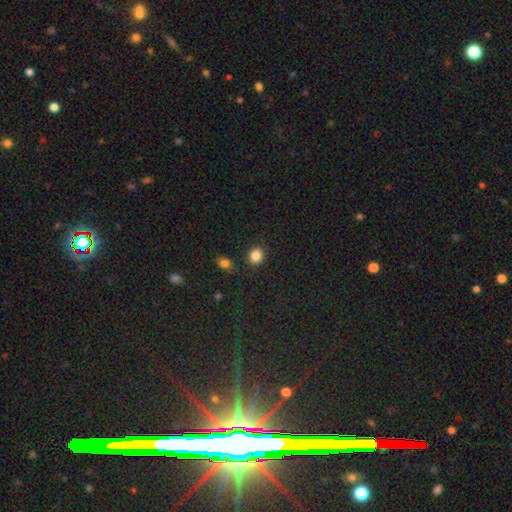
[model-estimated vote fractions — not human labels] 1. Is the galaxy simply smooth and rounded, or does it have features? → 86% smooth, 10% star or artifact, 4% featured or disk.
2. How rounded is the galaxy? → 72% round, 27% in between, 1% cigar-shaped.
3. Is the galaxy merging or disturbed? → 85% none, 8% minor disturbance, 4% merger, 3% major disturbance.